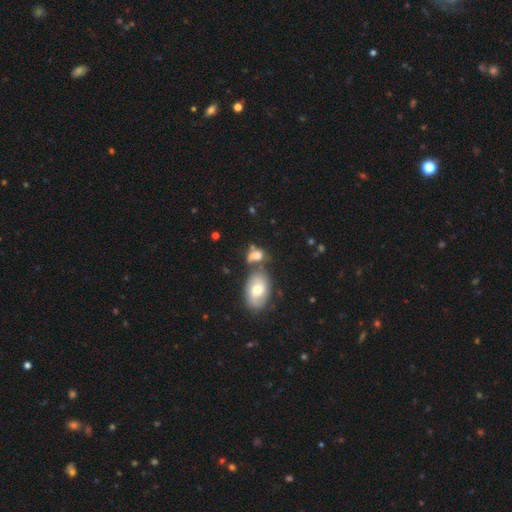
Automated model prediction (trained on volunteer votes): Smooth or featured: smooth — 65% (featured or disk — 24%)
How rounded: in between — 76% (round — 20%)
Merging: none — 39% (merger — 36%)